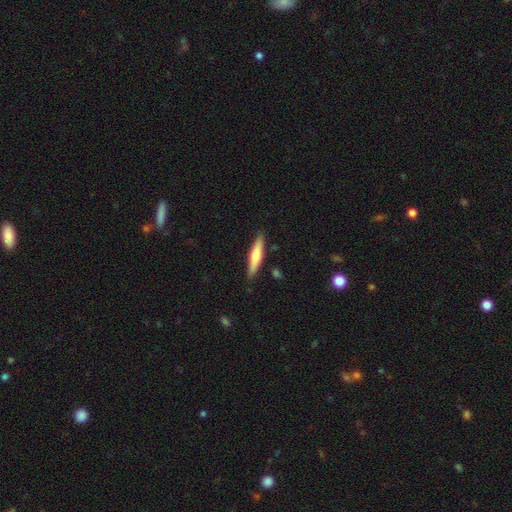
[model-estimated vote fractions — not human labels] The model was most divided on "smooth or featured": smooth: 58%, featured or disk: 36%, star or artifact: 5%. More confident: merging — none (87%); how rounded — cigar-shaped (85%).